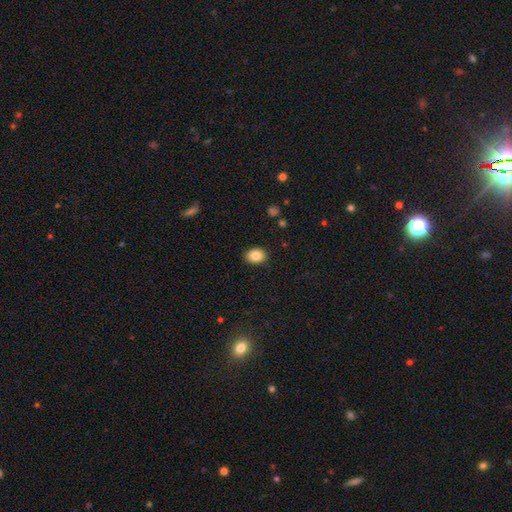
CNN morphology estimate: Smooth or featured? smooth (85%)
How rounded? in between (66%)
Merging? none (89%)